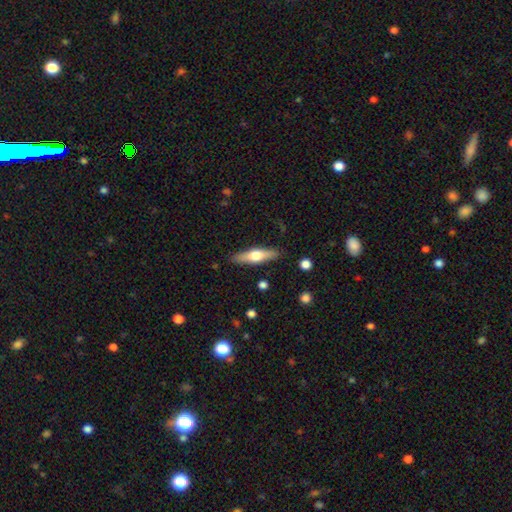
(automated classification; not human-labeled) Morphology: type=featured or disk (52%); edge-on=yes (93%); merging=none (87%).